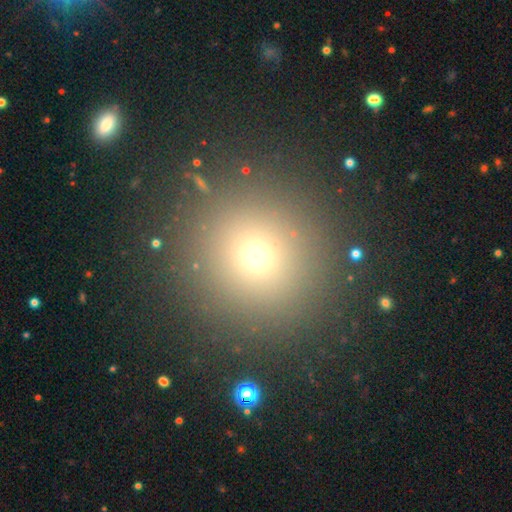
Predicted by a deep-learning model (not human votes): This is likely a smooth galaxy (66%). How rounded: clearly round (95%). Merging: clearly none (89%).